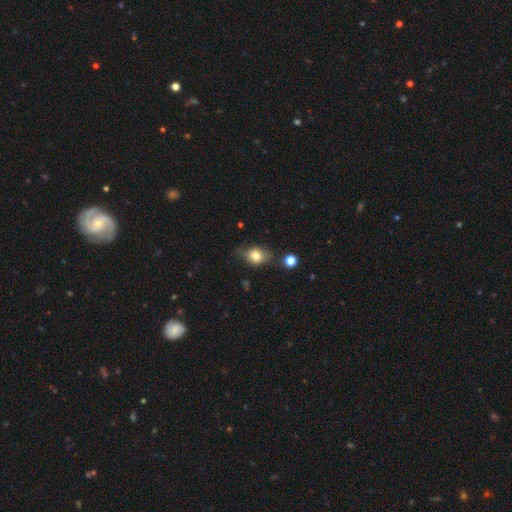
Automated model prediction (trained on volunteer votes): This is likely a smooth galaxy (72%). How rounded: possibly in between (60%). Merging: likely none (63%).